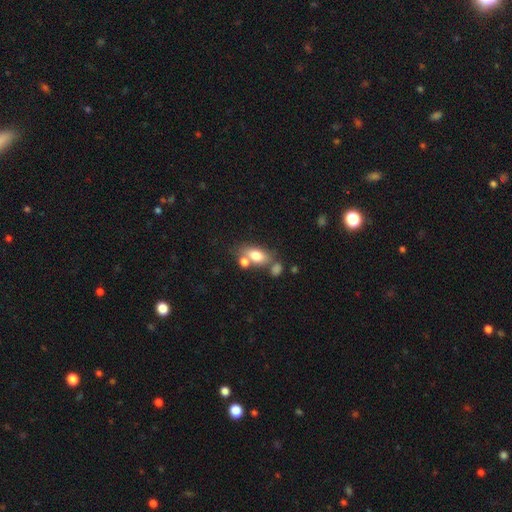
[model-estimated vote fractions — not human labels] smooth_or_featured: smooth (p=0.74) [alt: featured or disk p=0.17]
how_rounded: in between (p=0.83) [alt: round p=0.12]
merging: none (p=0.48) [alt: merger p=0.32]